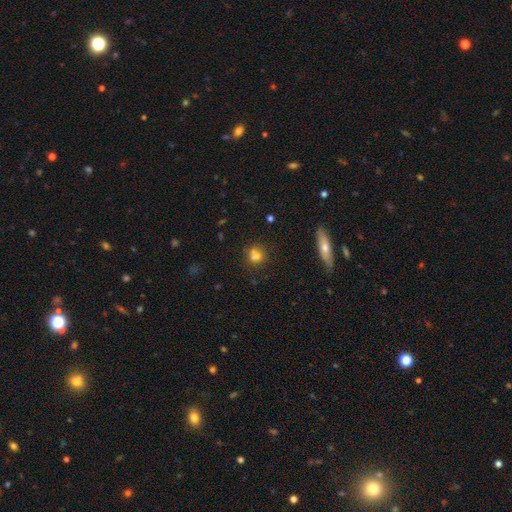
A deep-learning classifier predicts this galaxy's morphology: The model was most divided on "merging": none: 51%, merger: 35%, minor disturbance: 10%, major disturbance: 4%. More confident: how rounded — round (79%); smooth or featured — smooth (66%).